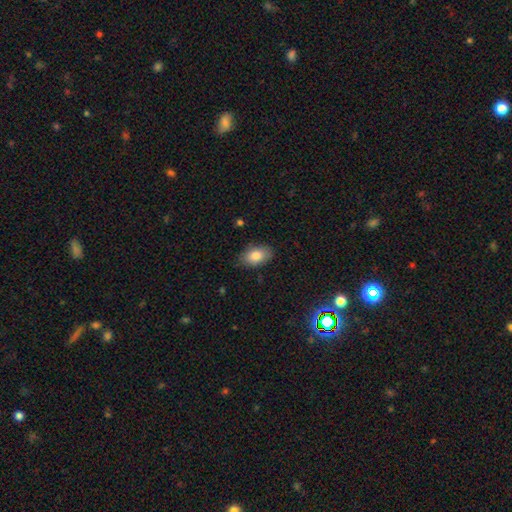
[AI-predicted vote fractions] Q: Smooth or featured?
A: smooth (84%); runner-up: featured or disk (9%)
Q: How rounded?
A: in between (91%); runner-up: round (7%)
Q: Merging?
A: none (80%); runner-up: minor disturbance (16%)